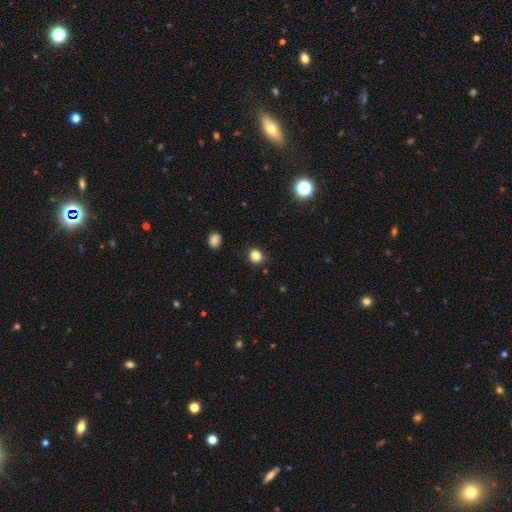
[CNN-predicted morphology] Smooth or featured? Predicted: smooth (p=0.83). How rounded? Predicted: round (p=0.86). Merging? Predicted: none (p=0.87).